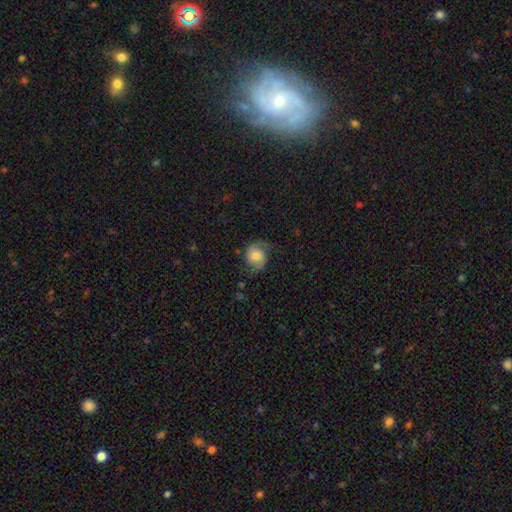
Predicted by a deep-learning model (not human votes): Morphology: type=featured or disk (54%); edge-on=no (97%); bar=no (67%); spiral arms=yes (89%); bulge=moderate (51%); merging=none (61%).